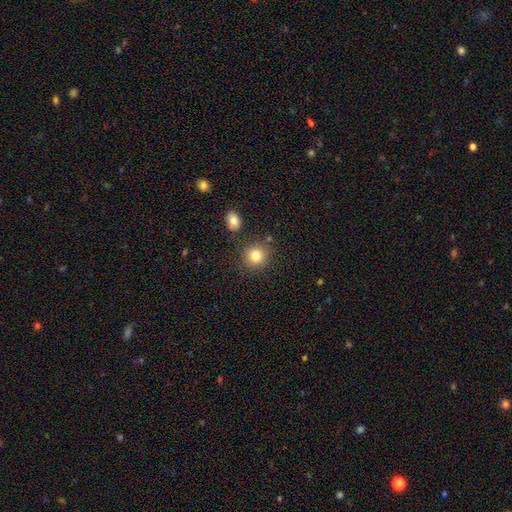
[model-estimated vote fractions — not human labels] Q: Smooth or featured?
A: smooth (82%); runner-up: star or artifact (11%)
Q: How rounded?
A: round (87%); runner-up: in between (12%)
Q: Merging?
A: none (83%); runner-up: minor disturbance (9%)